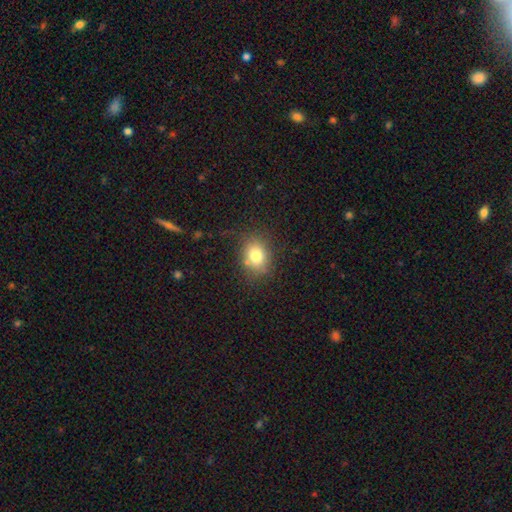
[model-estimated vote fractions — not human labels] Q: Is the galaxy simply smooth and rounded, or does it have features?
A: smooth — 79%.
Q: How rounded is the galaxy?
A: in between — 54%.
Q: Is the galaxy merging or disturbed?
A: none — 76%.